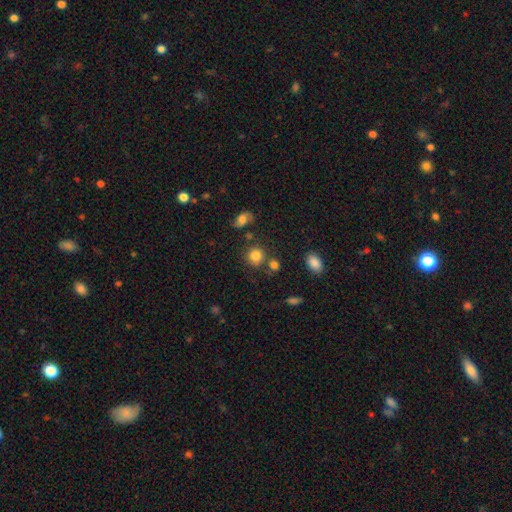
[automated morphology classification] Q: Smooth or featured?
A: smooth (81%); runner-up: star or artifact (11%)
Q: How rounded?
A: round (85%); runner-up: in between (14%)
Q: Merging?
A: none (72%); runner-up: minor disturbance (12%)